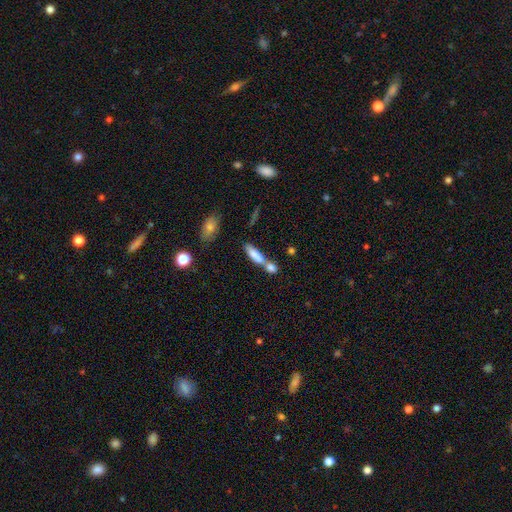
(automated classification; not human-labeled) Morphology: type=smooth (76%); roundness=cigar-shaped (55%); merging=merger (53%).